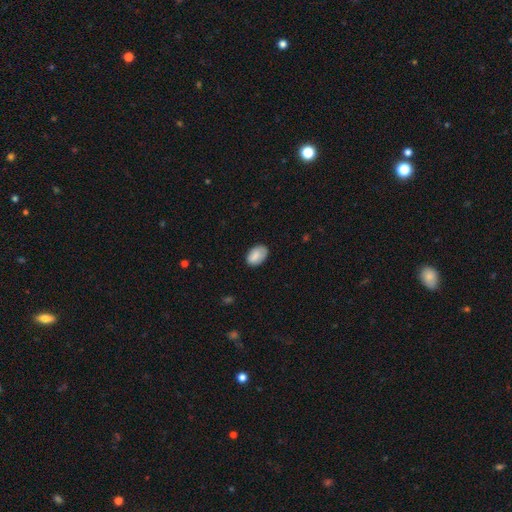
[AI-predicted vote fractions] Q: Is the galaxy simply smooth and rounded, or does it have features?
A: smooth — 84%.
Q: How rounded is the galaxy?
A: in between — 90%.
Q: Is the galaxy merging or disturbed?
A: none — 75%.